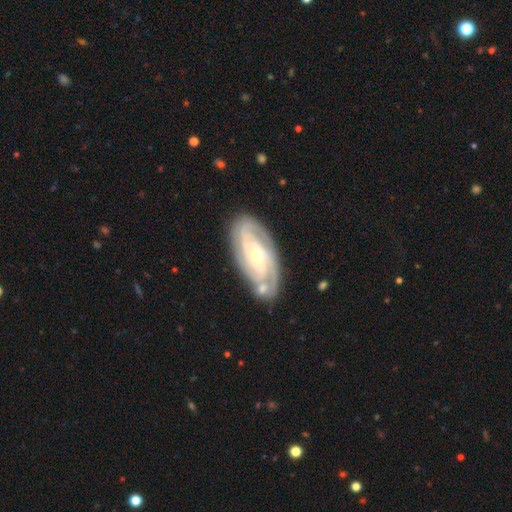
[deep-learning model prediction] Smooth or featured? featured or disk (87%)
Edge-on disk? no (94%)
Bar? no (63%)
Spiral arms? yes (96%)
Spiral winding? tight (68%)
Spiral arm count? 2 (31%)
Bulge size? small (66%)
Merging? none (74%)